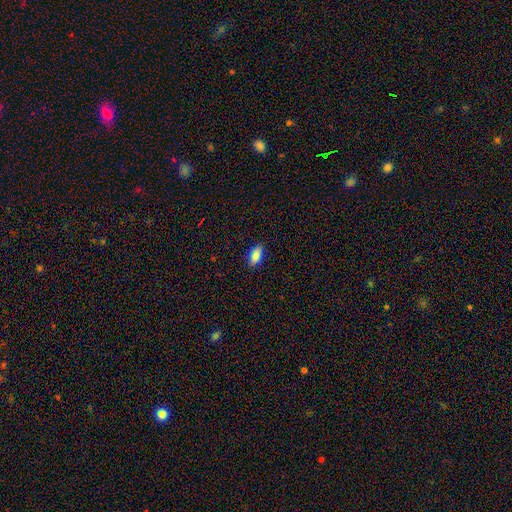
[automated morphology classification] This is clearly a smooth galaxy (84%). How rounded: clearly in between (83%). Merging: clearly none (87%).